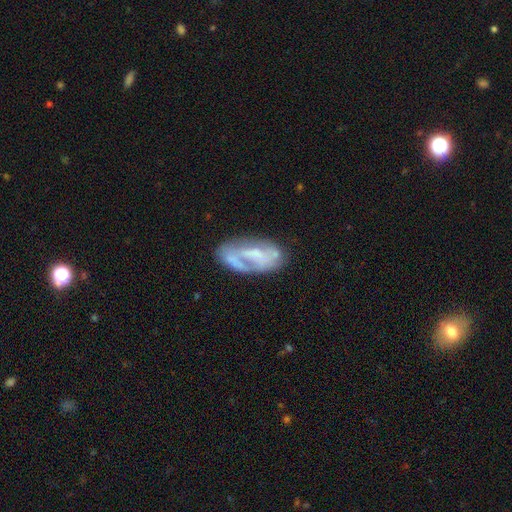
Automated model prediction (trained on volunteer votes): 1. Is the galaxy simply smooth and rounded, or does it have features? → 58% featured or disk, 34% smooth, 8% star or artifact.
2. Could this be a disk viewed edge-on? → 92% no, 8% yes.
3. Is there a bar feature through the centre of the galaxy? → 54% no, 28% weak, 18% strong.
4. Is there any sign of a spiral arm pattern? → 57% no, 43% yes.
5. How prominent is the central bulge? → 38% none, 27% small, 26% moderate, 7% large, 2% dominant.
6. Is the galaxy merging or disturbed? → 55% none, 24% minor disturbance, 15% major disturbance, 6% merger.